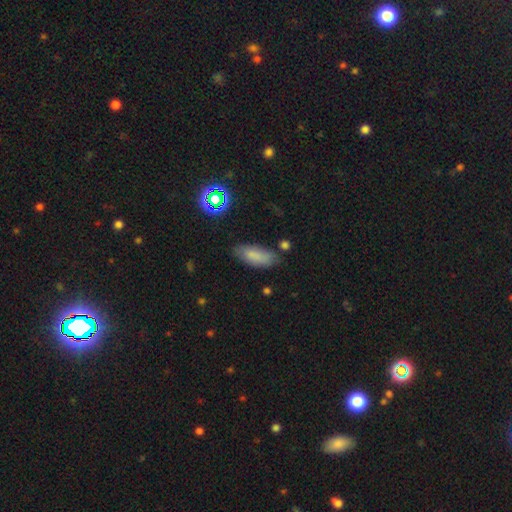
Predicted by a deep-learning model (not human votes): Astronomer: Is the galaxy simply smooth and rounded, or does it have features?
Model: smooth — 80%.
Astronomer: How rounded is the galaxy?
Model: in between — 78%.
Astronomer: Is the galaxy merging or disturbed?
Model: none — 73%.